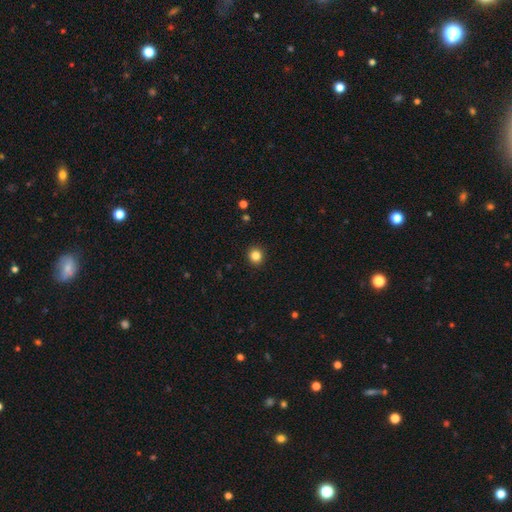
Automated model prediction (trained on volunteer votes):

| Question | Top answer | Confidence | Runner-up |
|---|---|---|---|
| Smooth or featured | smooth | 84% | star or artifact (12%) |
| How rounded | round | 91% | in between (8%) |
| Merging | none | 93% | minor disturbance (5%) |